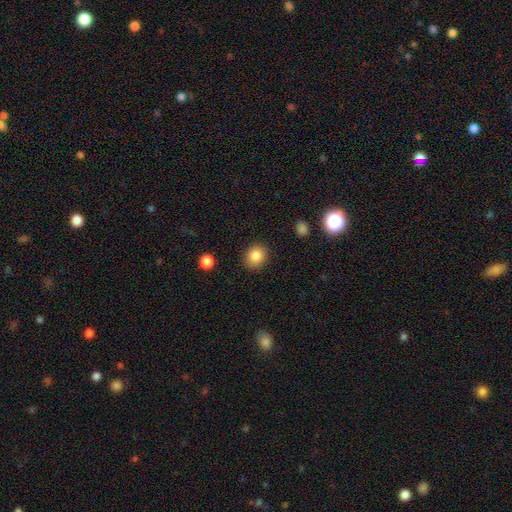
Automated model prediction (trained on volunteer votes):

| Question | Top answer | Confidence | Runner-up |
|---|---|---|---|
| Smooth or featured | smooth | 86% | star or artifact (9%) |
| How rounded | round | 77% | in between (22%) |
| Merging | none | 88% | minor disturbance (8%) |